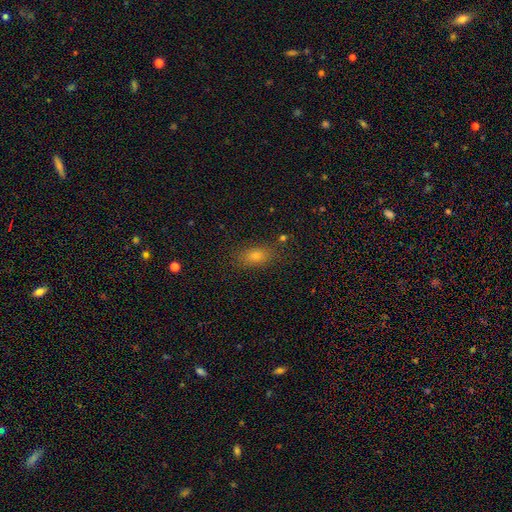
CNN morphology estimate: The model was most divided on "smooth or featured": smooth: 72%, star or artifact: 18%, featured or disk: 10%. More confident: merging — none (82%); how rounded — in between (76%).